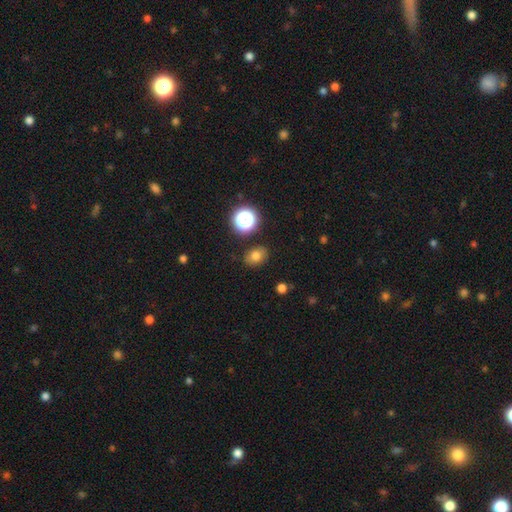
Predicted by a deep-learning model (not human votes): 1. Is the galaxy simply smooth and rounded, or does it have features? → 76% smooth, 15% star or artifact, 9% featured or disk.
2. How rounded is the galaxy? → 60% in between, 39% round, 1% cigar-shaped.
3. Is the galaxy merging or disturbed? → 85% none, 11% minor disturbance, 3% major disturbance, 2% merger.